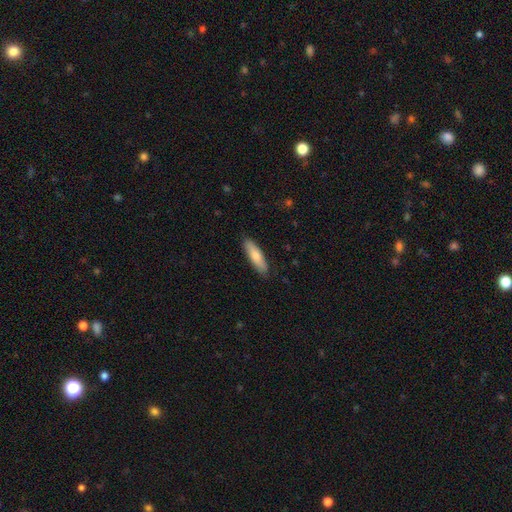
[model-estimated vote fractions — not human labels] smooth 78%, featured or disk 17%, star or artifact 5%. Down the decision tree: how rounded — cigar-shaped (63%); merging — none (88%).